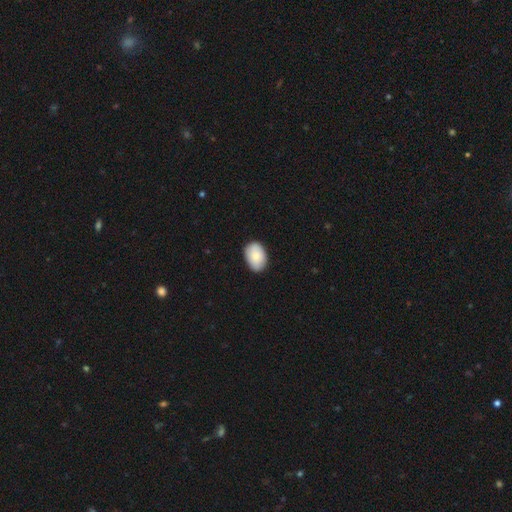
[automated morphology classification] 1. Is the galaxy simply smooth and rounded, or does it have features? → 85% smooth, 9% featured or disk, 6% star or artifact.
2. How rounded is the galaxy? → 85% in between, 14% round, 1% cigar-shaped.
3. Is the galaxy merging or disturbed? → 85% none, 12% minor disturbance, 2% major disturbance, 1% merger.